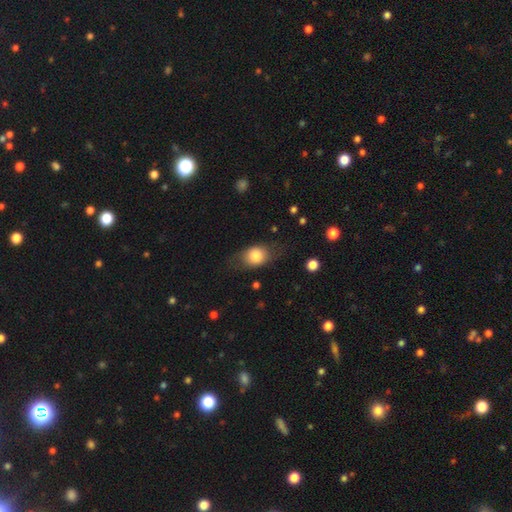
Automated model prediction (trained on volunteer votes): Smooth or featured? smooth (76%)
How rounded? in between (62%)
Merging? none (67%)